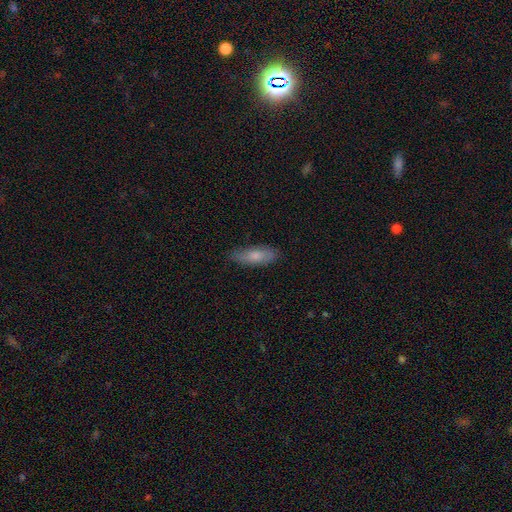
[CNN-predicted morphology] The model was most divided on "how rounded": in between: 61%, cigar-shaped: 37%, round: 2%. More confident: merging — none (79%); smooth or featured — smooth (75%).